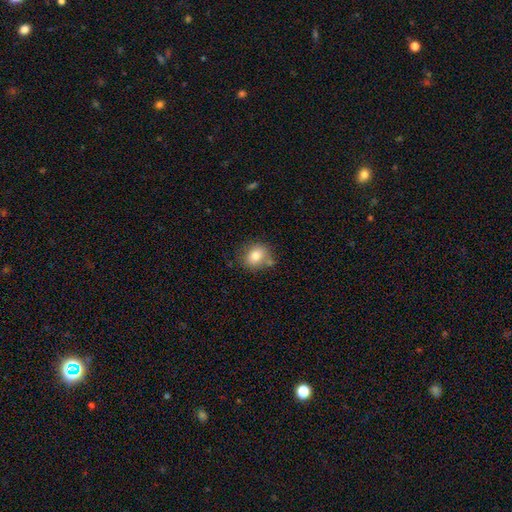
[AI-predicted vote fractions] Smooth or featured?
  - smooth: 79% *
  - featured or disk: 11%
  - star or artifact: 10%
How rounded?
  - round: 64% *
  - in between: 35%
  - cigar-shaped: 1%
Merging?
  - none: 69% *
  - minor disturbance: 17%
  - merger: 9%
  - major disturbance: 4%